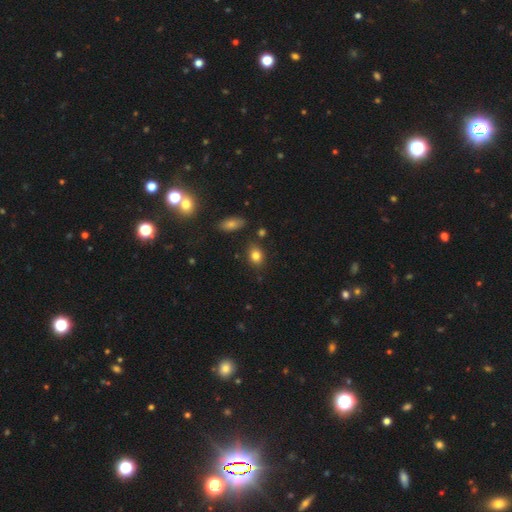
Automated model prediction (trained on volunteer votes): Smooth or featured: smooth — 82% (star or artifact — 11%)
How rounded: in between — 59% (round — 40%)
Merging: none — 81% (minor disturbance — 12%)